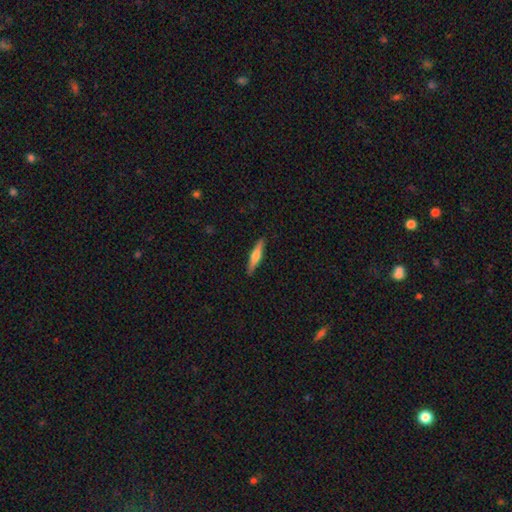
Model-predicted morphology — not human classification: type=featured or disk (48%); merging=none (90%).